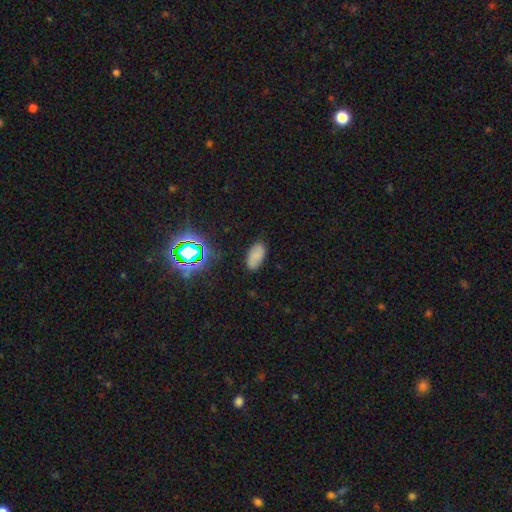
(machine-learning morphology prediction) This appears to be a smooth galaxy with no disk features (70%) that is in between round and cigar-shaped (94%). Merging: none (81%).